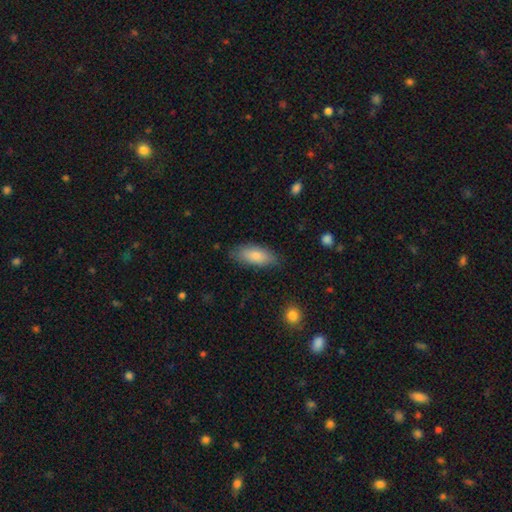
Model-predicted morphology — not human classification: A smooth galaxy with no disk features (84%) that is in between round and cigar-shaped (82%). Merging: none (79%).